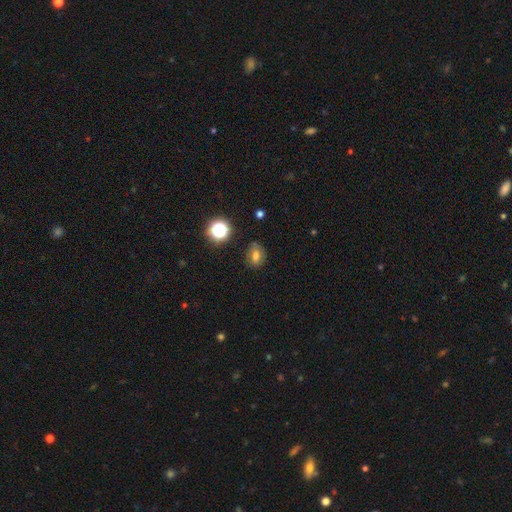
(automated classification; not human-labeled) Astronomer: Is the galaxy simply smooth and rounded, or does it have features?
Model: smooth — 61%.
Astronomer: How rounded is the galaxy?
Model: in between — 58% (runner-up: round, 41%).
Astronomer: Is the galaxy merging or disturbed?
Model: none — 75%.